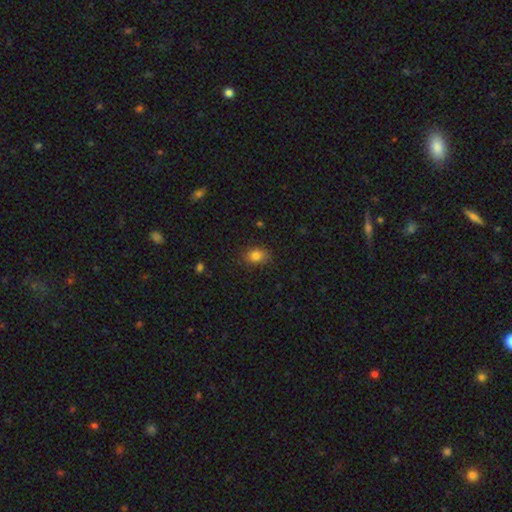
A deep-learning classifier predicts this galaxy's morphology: smooth-or-featured: smooth: 83% | star or artifact: 11% | featured or disk: 6%
  how-rounded: in between: 59% | round: 40% | cigar-shaped: 1%
  merging: none: 84% | minor disturbance: 12% | major disturbance: 3% | merger: 1%